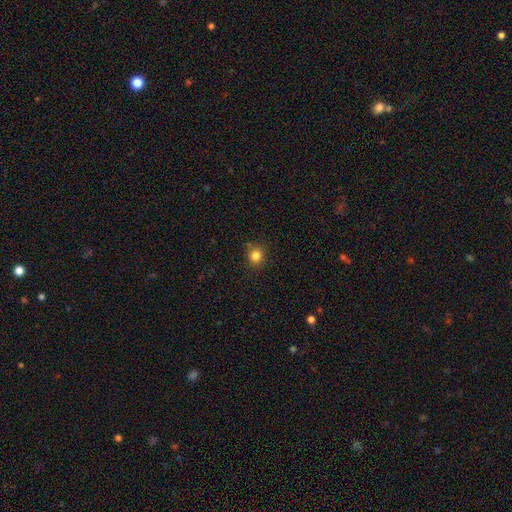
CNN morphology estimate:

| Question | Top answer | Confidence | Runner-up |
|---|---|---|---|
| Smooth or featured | smooth | 82% | star or artifact (13%) |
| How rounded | round | 86% | in between (13%) |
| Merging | none | 83% | minor disturbance (12%) |